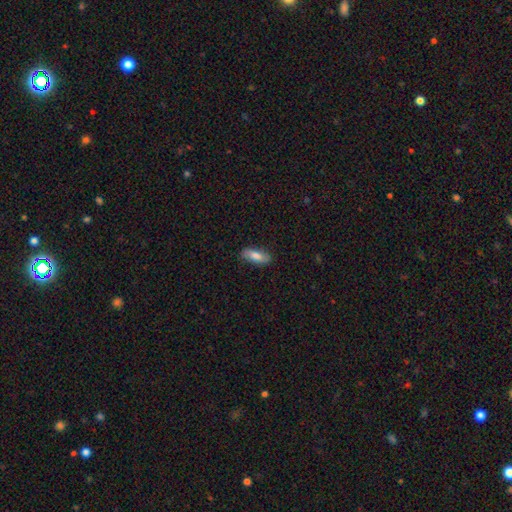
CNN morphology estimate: smooth 78%, featured or disk 15%, star or artifact 6%. Down the decision tree: how rounded — in between (73%); merging — none (83%).